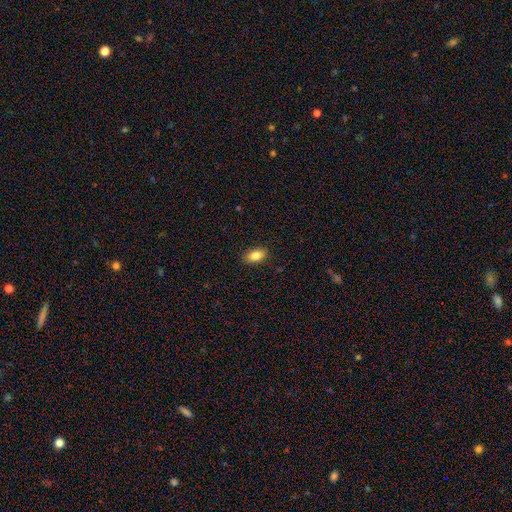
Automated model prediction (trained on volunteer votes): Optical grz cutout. It shows a smooth galaxy with no disk features (84%) that is in between round and cigar-shaped (90%). Merging: none (88%).